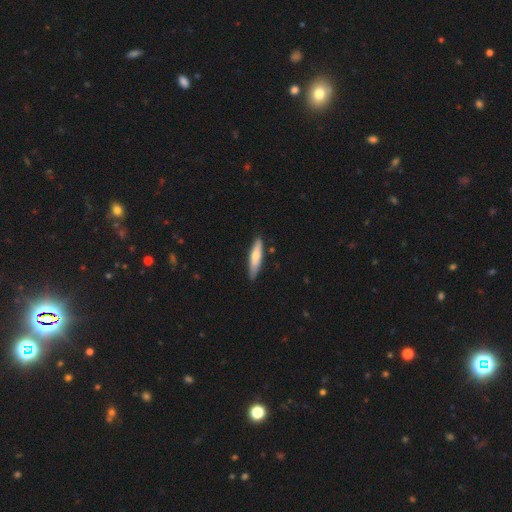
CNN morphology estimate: smooth 63%, featured or disk 31%, star or artifact 5%. Down the decision tree: how rounded — cigar-shaped (75%); merging — none (83%).